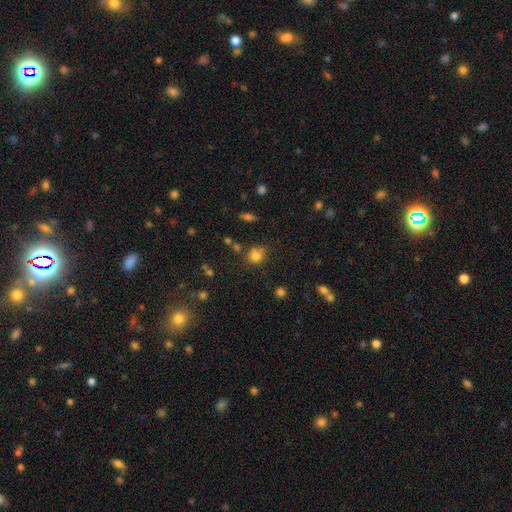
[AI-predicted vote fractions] Q: Smooth or featured?
A: smooth (77%); runner-up: star or artifact (15%)
Q: How rounded?
A: round (73%); runner-up: in between (26%)
Q: Merging?
A: none (60%); runner-up: minor disturbance (18%)